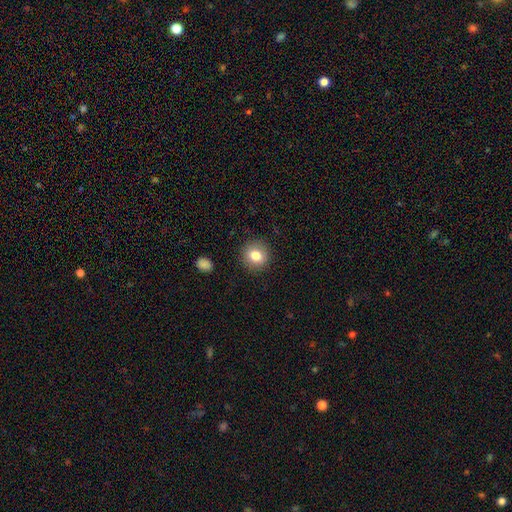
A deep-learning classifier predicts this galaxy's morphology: Q: Smooth or featured?
A: smooth (81%); runner-up: star or artifact (10%)
Q: How rounded?
A: round (86%); runner-up: in between (13%)
Q: Merging?
A: none (89%); runner-up: minor disturbance (7%)